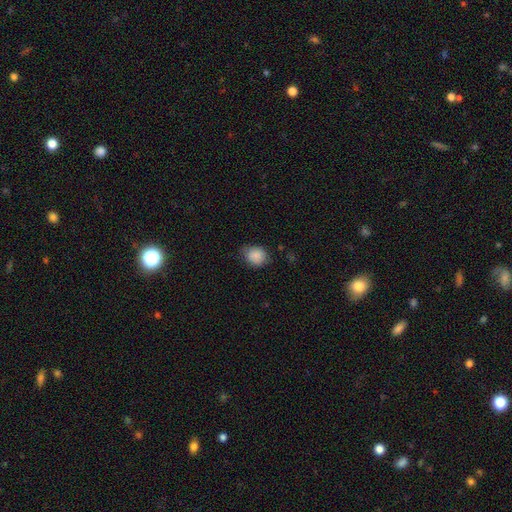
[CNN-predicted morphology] smooth_or_featured: smooth (p=0.88) [alt: star or artifact p=0.08]
how_rounded: round (p=0.64) [alt: in between p=0.35]
merging: none (p=0.72) [alt: minor disturbance p=0.22]